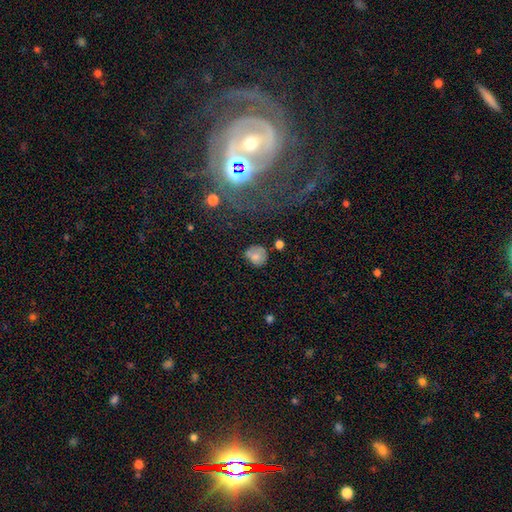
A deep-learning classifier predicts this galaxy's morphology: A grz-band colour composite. It shows a smooth galaxy with no disk features (75%) that is round (78%). Merging: none (59%).